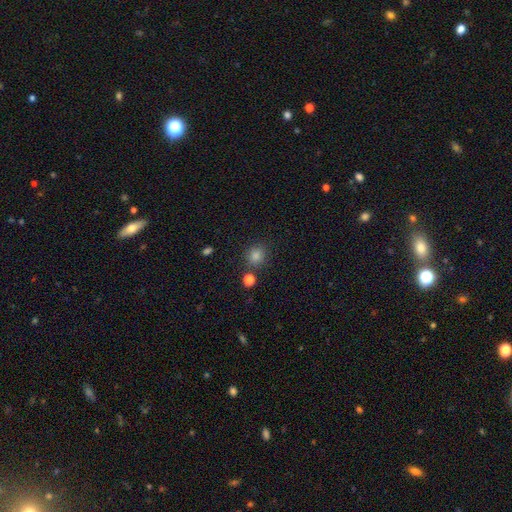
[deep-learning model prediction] smooth-or-featured: smooth: 78% | star or artifact: 17% | featured or disk: 5%
  how-rounded: round: 86% | in between: 13% | cigar-shaped: 1%
  merging: none: 83% | minor disturbance: 8% | merger: 6% | major disturbance: 3%